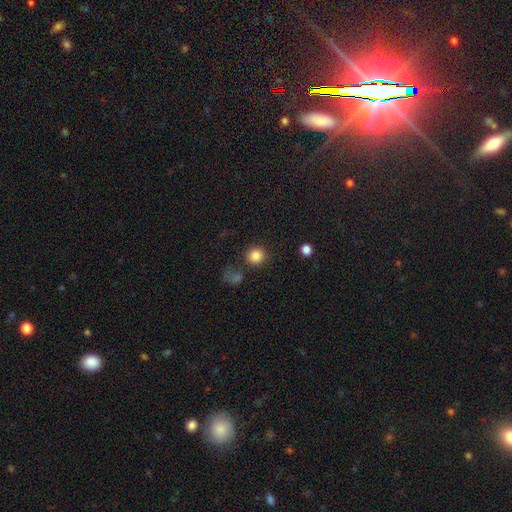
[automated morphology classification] type=smooth (85%); roundness=round (92%); merging=none (82%).